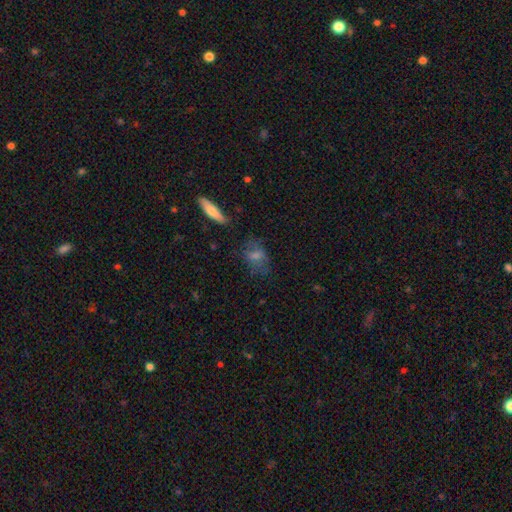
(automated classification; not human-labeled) Q: Smooth or featured?
A: smooth (52%); runner-up: featured or disk (33%)
Q: How rounded?
A: in between (72%); runner-up: round (19%)
Q: Merging?
A: none (64%); runner-up: minor disturbance (22%)